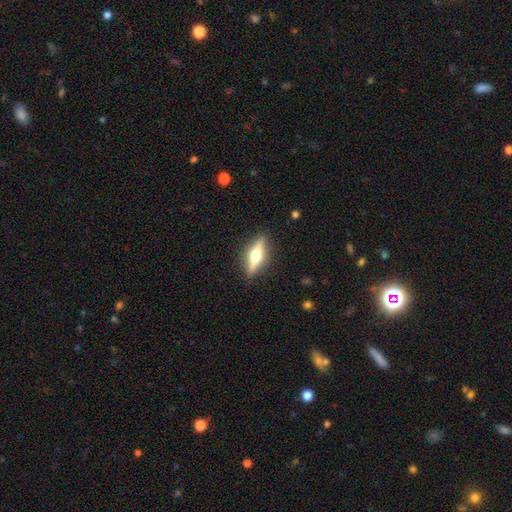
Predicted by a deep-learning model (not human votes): featured or disk 68%, smooth 26%, star or artifact 6%. Down the decision tree: edge-on disk — yes (96%); edge-on bulge — rounded (94%); merging — none (89%).